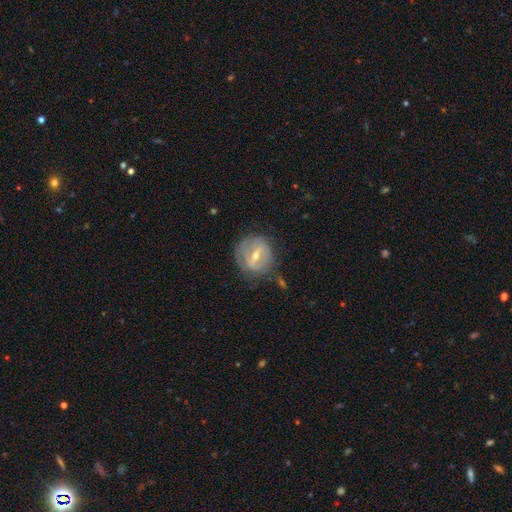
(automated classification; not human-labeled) This is likely a featured or disk galaxy (67%). It is clearly not viewed edge-on (92%). Bar: possibly strong (49%). Spiral arm pattern: possibly no (57%). Central bulge: possibly moderate (55%). Merging: likely none (70%).